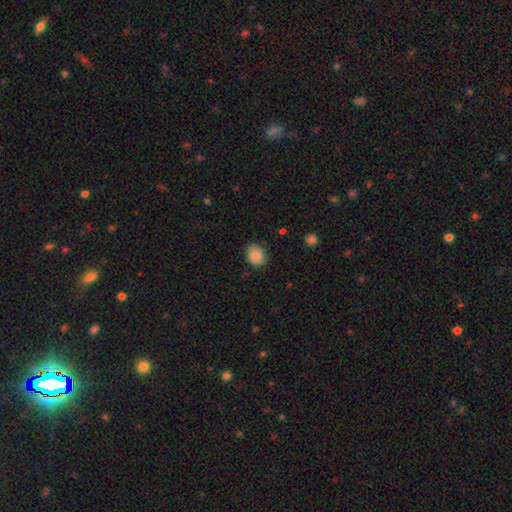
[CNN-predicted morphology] smooth_or_featured: smooth (p=0.82) [alt: featured or disk p=0.10]
how_rounded: round (p=0.55) [alt: in between p=0.44]
merging: none (p=0.82) [alt: minor disturbance p=0.14]